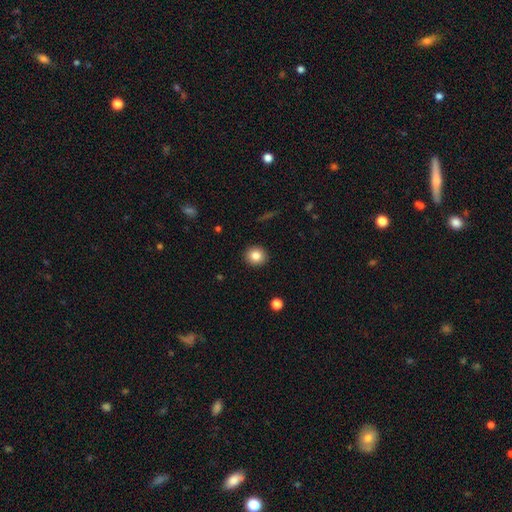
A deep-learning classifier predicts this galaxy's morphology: A smooth galaxy with no disk features (83%) that is round (89%).

Vote fractions:
- Smooth or featured? smooth: 83% / star or artifact: 10% / featured or disk: 7%
- How rounded? round: 89% / in between: 10% / cigar-shaped: 1%
- Merging? none: 92% / minor disturbance: 5% / major disturbance: 2% / merger: 1%